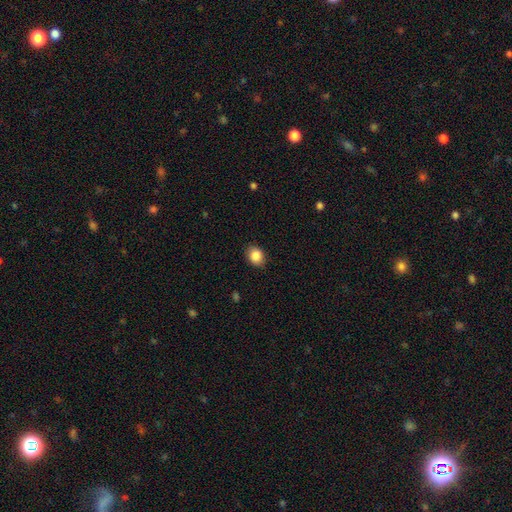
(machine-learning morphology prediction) Smooth or featured? Predicted: smooth (p=0.87). How rounded? Predicted: round (p=0.53). Merging? Predicted: none (p=0.87).